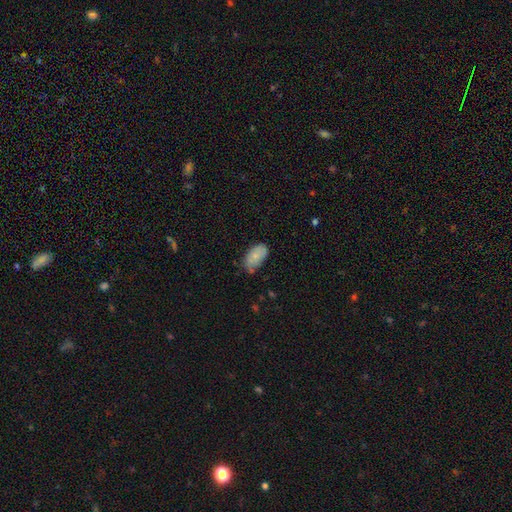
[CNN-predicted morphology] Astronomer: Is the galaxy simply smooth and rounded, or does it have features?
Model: smooth — 76%.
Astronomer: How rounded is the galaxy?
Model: in between — 94%.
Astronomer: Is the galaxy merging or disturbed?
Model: none — 56% (runner-up: minor disturbance, 32%).